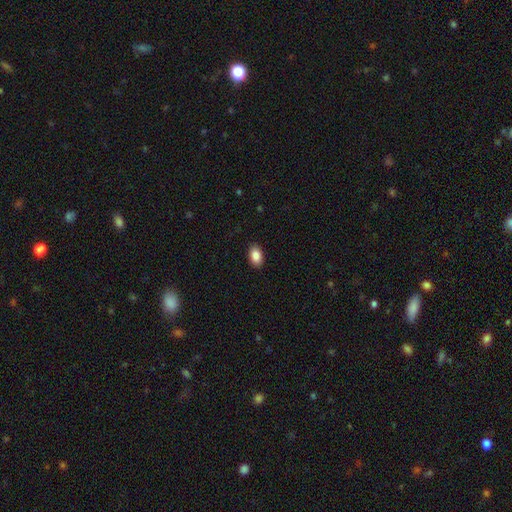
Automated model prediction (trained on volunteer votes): Smooth or featured? smooth (87%)
How rounded? in between (90%)
Merging? none (90%)